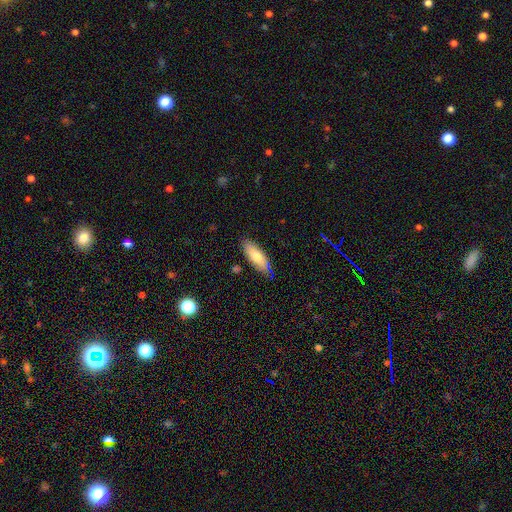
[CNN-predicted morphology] type=smooth (69%); roundness=in between (70%); merging=none (81%).